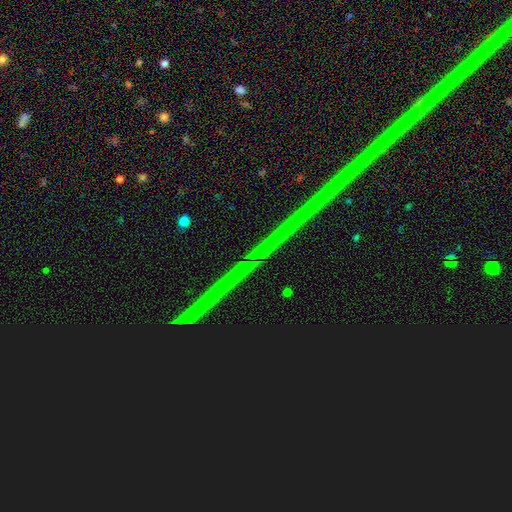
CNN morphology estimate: The model was most divided on "smooth or featured": star or artifact: 88%, featured or disk: 7%, smooth: 4%.